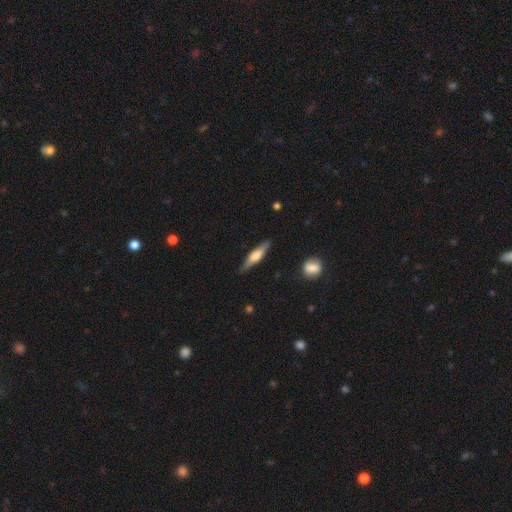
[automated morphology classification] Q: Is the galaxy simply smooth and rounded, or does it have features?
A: featured or disk — 50%.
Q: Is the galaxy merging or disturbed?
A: none — 85%.